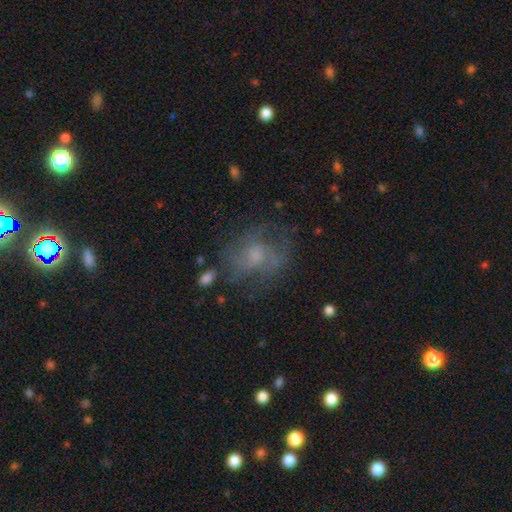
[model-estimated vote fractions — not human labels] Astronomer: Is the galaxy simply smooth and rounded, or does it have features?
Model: featured or disk — 55% (runner-up: smooth, 31%).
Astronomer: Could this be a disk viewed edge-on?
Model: no — 97%.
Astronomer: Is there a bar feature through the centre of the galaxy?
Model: no — 73%.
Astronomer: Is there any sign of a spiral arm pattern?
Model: yes — 67%.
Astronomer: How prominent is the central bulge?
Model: small — 43% (runner-up: moderate, 37%).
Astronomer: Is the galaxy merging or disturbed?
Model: none — 56%.